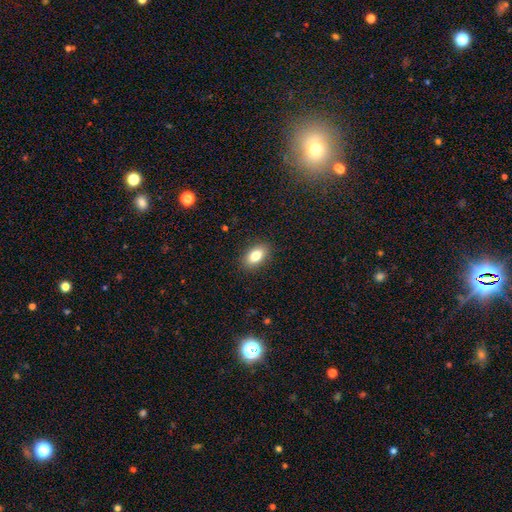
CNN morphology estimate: smooth-or-featured: smooth: 82% | featured or disk: 10% | star or artifact: 8%
  how-rounded: in between: 90% | round: 7% | cigar-shaped: 3%
  merging: none: 89% | minor disturbance: 8% | major disturbance: 2% | merger: 1%